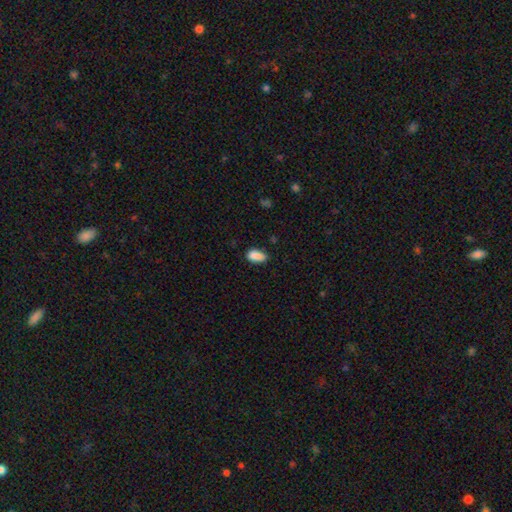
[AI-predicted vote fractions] Morphology: type=smooth (87%); roundness=in between (90%); merging=none (68%).